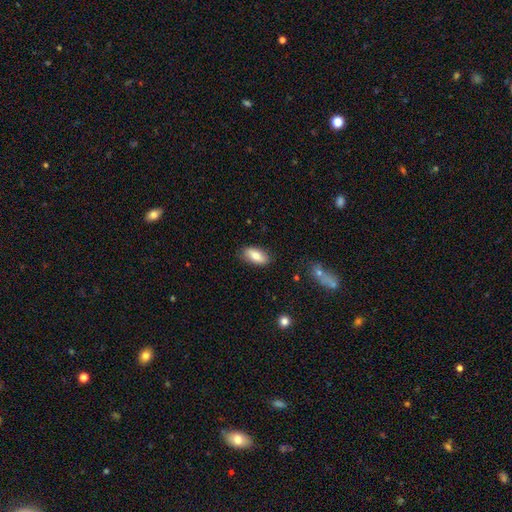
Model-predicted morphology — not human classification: The model was most divided on "smooth or featured": smooth: 80%, featured or disk: 13%, star or artifact: 7%. More confident: how rounded — in between (88%); merging — none (85%).